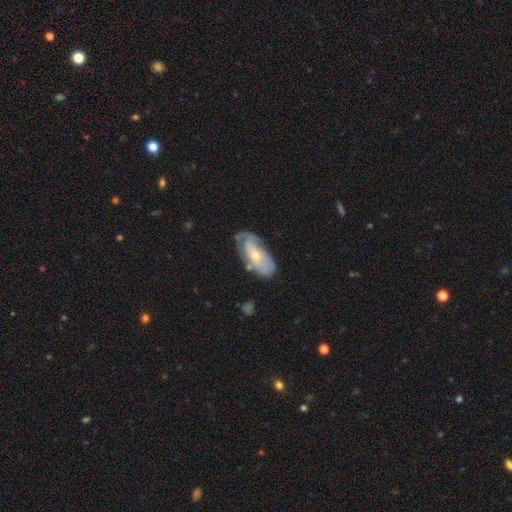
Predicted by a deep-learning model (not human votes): Smooth or featured? featured or disk (59%)
Edge-on disk? no (88%)
Bar? no (68%)
Spiral arms? yes (65%)
Bulge size? small (60%)
Merging? none (49%)